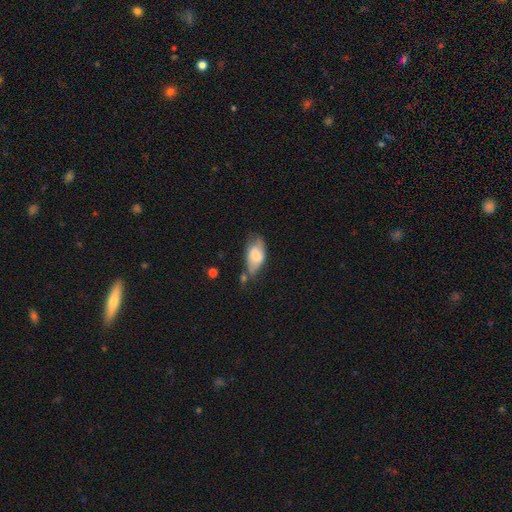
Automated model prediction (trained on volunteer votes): The model was most divided on "merging": none: 38%, minor disturbance: 35%, major disturbance: 16%, merger: 11%. More confident: how rounded — in between (90%); smooth or featured — smooth (64%).